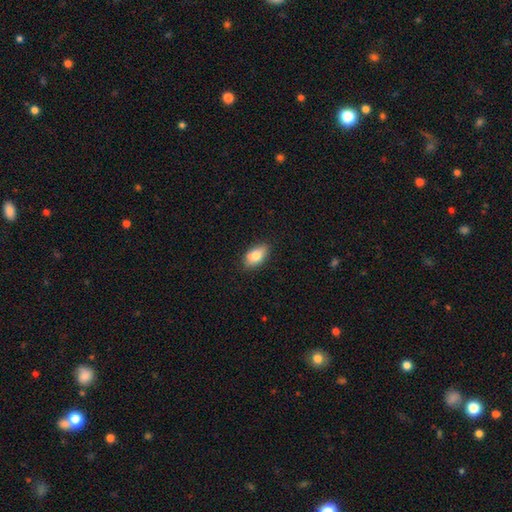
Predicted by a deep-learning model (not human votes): Q: Smooth or featured?
A: smooth (76%); runner-up: featured or disk (16%)
Q: How rounded?
A: in between (89%); runner-up: round (6%)
Q: Merging?
A: none (77%); runner-up: minor disturbance (16%)